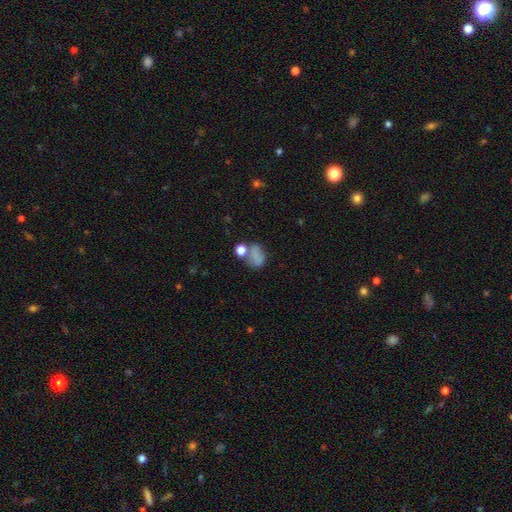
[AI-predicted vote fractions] This appears to be a smooth galaxy with no disk features (70%) that is in between round and cigar-shaped (63%). Merging: none (41%).